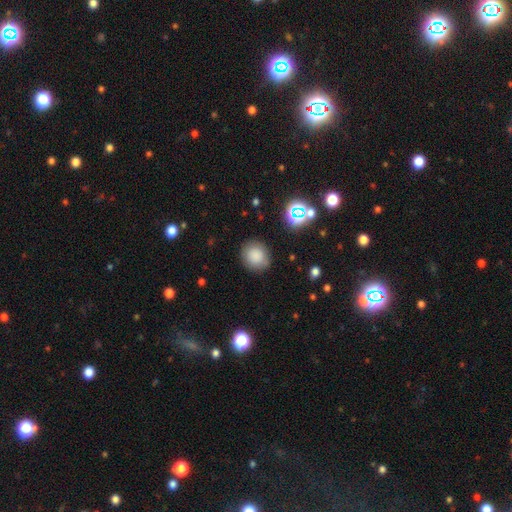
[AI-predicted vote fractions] smooth_or_featured: smooth (p=0.83) [alt: star or artifact p=0.11]
how_rounded: round (p=0.81) [alt: in between p=0.18]
merging: none (p=0.85) [alt: minor disturbance p=0.10]